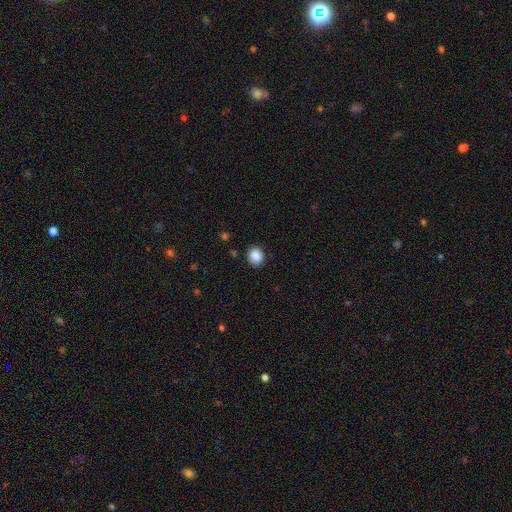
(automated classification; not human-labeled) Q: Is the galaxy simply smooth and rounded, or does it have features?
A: smooth — 88%.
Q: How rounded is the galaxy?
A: round — 67%.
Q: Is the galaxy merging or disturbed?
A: none — 88%.